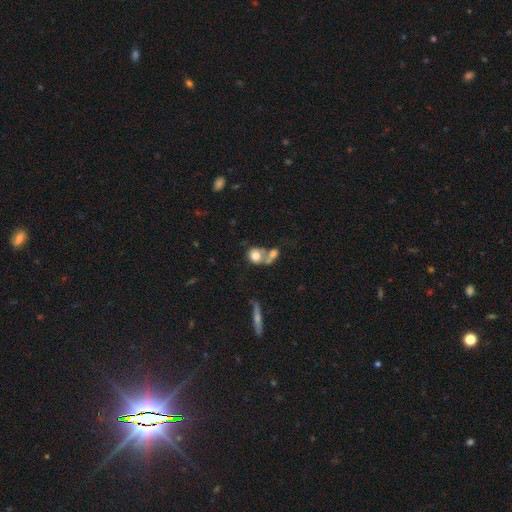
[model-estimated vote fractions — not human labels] Smooth or featured? smooth (72%)
How rounded? round (68%)
Merging? merger (55%)